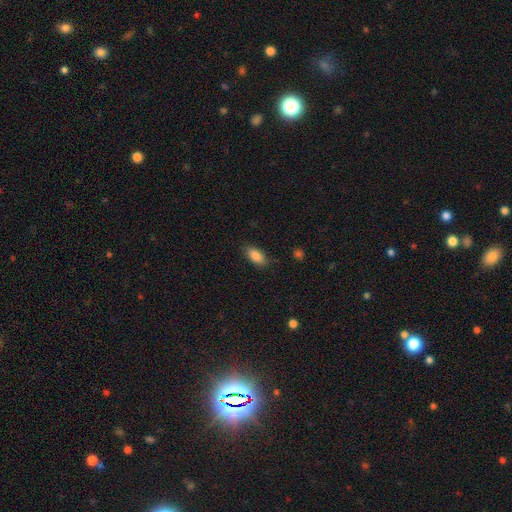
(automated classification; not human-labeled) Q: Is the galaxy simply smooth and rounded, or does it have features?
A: smooth — 87%.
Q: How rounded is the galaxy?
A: in between — 88%.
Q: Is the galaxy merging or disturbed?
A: none — 82%.